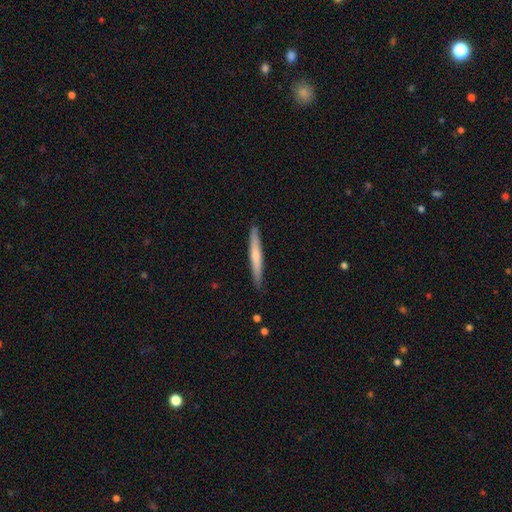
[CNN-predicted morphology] smooth 56%, featured or disk 39%, star or artifact 5%. Down the decision tree: how rounded — cigar-shaped (96%); merging — none (90%).